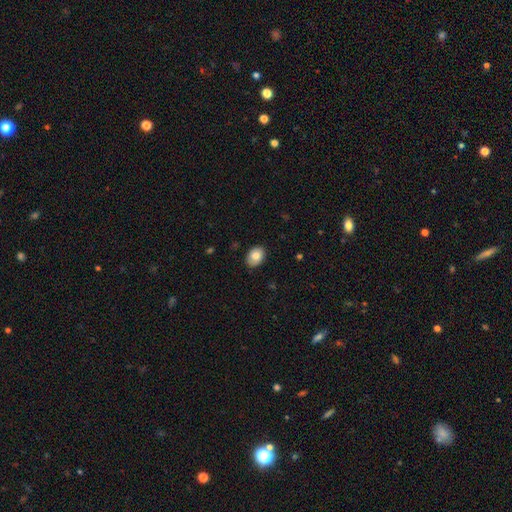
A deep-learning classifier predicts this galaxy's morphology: This is clearly a smooth galaxy (82%). How rounded: likely in between (71%). Merging: clearly none (87%).